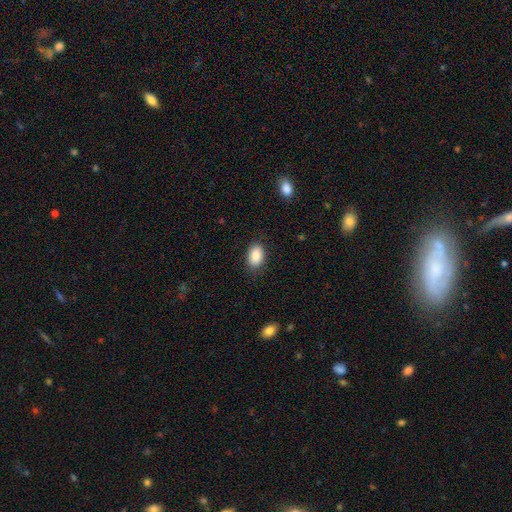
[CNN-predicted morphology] This appears to be a smooth galaxy with no disk features (89%) that is in between round and cigar-shaped (88%). Merging: none (83%).